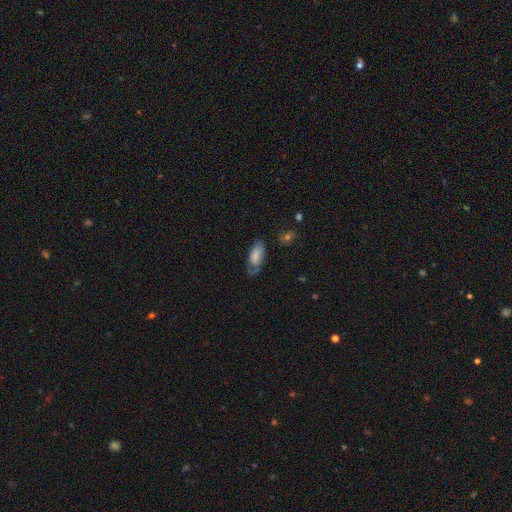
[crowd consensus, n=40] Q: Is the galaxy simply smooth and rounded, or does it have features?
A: smooth — 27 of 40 (68%).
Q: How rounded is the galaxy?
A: in between — 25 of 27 (93%).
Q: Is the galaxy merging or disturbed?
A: none — 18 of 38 (47%).